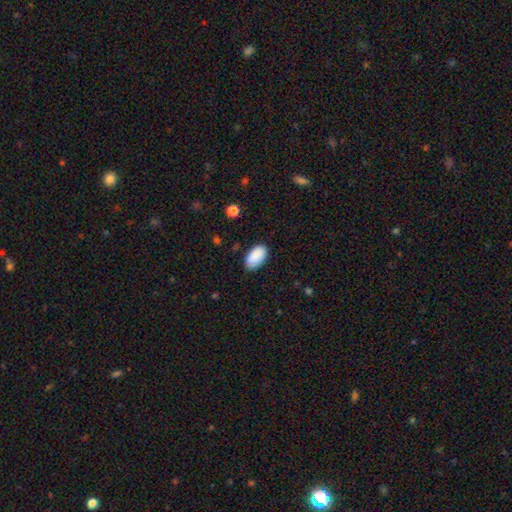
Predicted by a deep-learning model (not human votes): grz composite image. It shows a smooth galaxy with no disk features (89%) that is in between round and cigar-shaped (95%). Merging: none (84%).